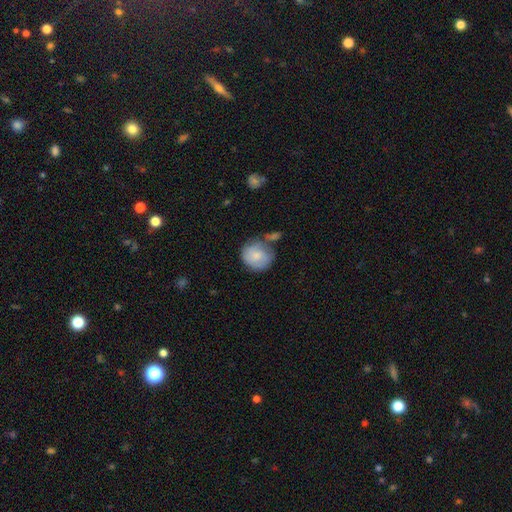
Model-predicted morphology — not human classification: Overall: smooth (70%). How rounded: round (83%). Merging: none (52%; minor disturbance 24%).